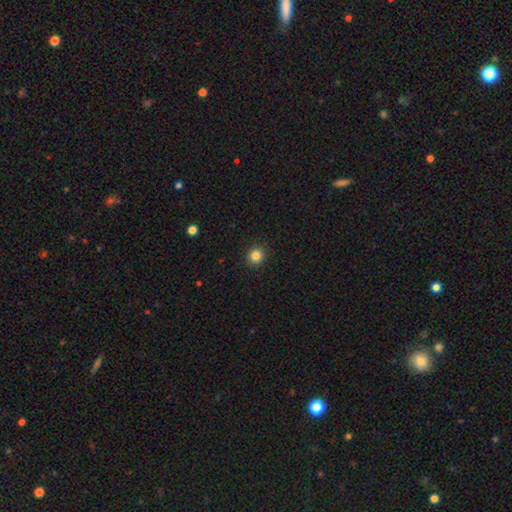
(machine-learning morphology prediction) Q: Smooth or featured?
A: smooth (84%); runner-up: star or artifact (12%)
Q: How rounded?
A: round (92%); runner-up: in between (7%)
Q: Merging?
A: none (92%); runner-up: minor disturbance (5%)